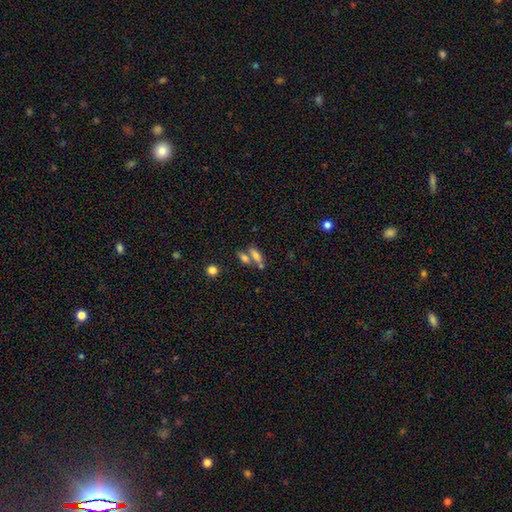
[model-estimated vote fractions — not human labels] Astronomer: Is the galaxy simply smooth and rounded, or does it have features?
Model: smooth — 61%.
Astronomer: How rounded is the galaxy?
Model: in between — 51% (runner-up: cigar-shaped, 42%).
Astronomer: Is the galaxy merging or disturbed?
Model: none — 44% (runner-up: merger, 41%).